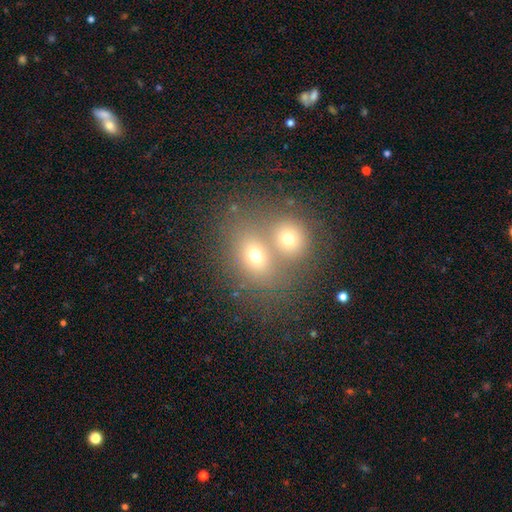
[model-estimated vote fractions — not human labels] smooth 68%, star or artifact 16%, featured or disk 16%. Down the decision tree: how rounded — round (52%); merging — merger (55%).